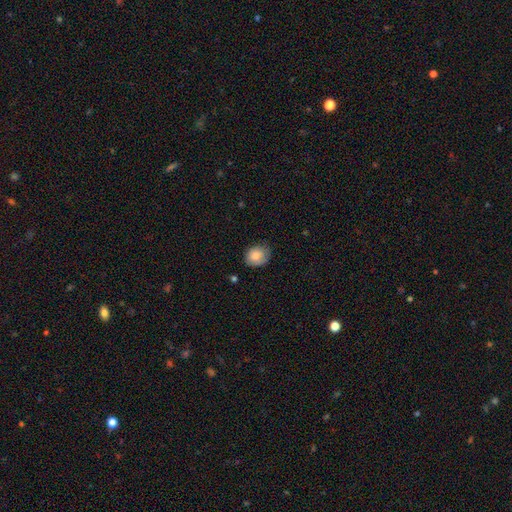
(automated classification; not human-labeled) Morphology: type=smooth (78%); roundness=round (52%); merging=none (66%).